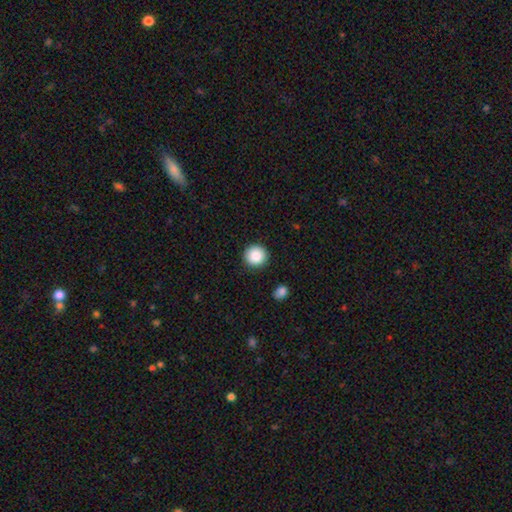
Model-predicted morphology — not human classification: Smooth or featured?
  - smooth: 87% *
  - star or artifact: 8%
  - featured or disk: 5%
How rounded?
  - round: 95% *
  - in between: 4%
  - cigar-shaped: 1%
Merging?
  - none: 91% *
  - minor disturbance: 6%
  - major disturbance: 2%
  - merger: 1%